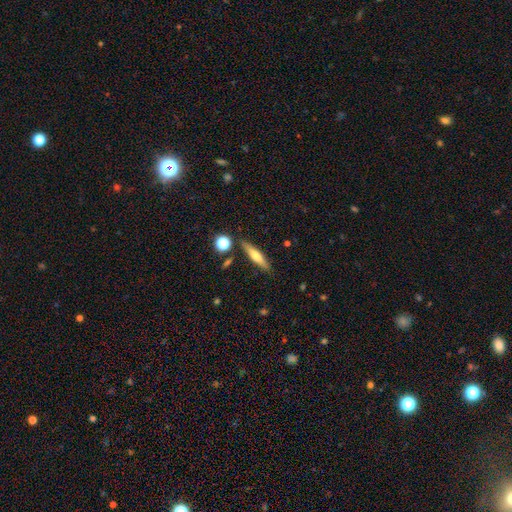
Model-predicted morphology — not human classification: A smooth galaxy with no disk features (53%) that is cigar-shaped (80%).

Vote fractions:
- Smooth or featured? smooth: 53% / featured or disk: 39% / star or artifact: 8%
- How rounded? cigar-shaped: 80% / in between: 17% / round: 3%
- Merging? none: 84% / minor disturbance: 10% / merger: 4% / major disturbance: 2%